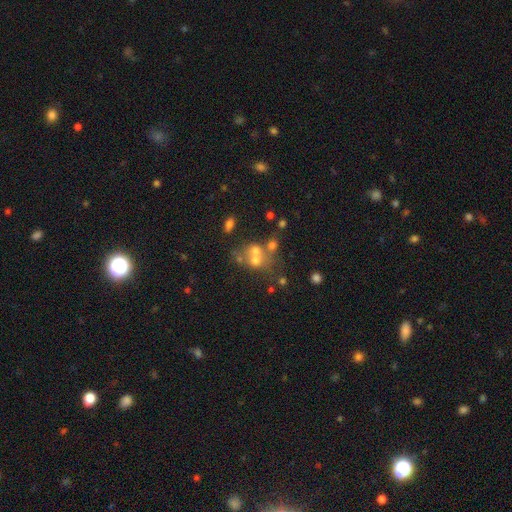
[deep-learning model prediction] Smooth or featured? Predicted: smooth (p=0.56). How rounded? Predicted: round (p=0.71). Merging? Predicted: merger (p=0.51).